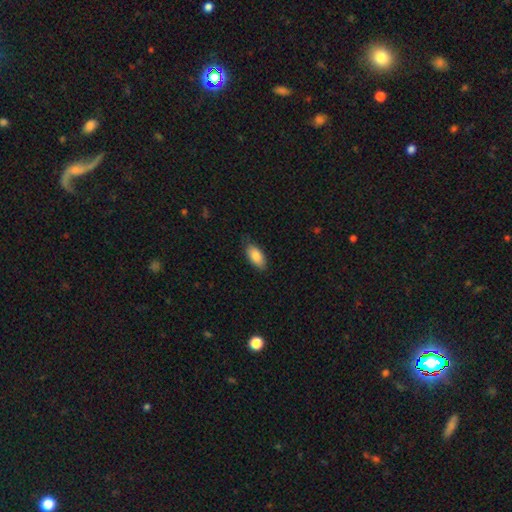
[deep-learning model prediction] smooth-or-featured: smooth: 85% | featured or disk: 8% | star or artifact: 6%
  how-rounded: in between: 90% | cigar-shaped: 7% | round: 2%
  merging: none: 79% | minor disturbance: 17% | major disturbance: 3% | merger: 1%